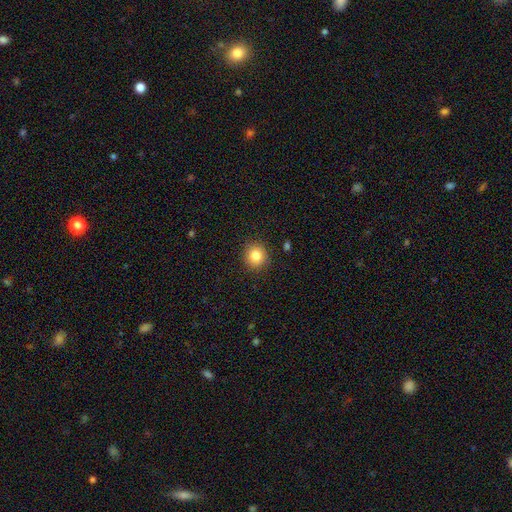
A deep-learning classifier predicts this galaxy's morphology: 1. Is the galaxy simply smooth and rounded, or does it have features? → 83% smooth, 10% star or artifact, 6% featured or disk.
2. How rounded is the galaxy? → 88% round, 11% in between, 1% cigar-shaped.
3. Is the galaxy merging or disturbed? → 90% none, 7% minor disturbance, 2% major disturbance, 1% merger.